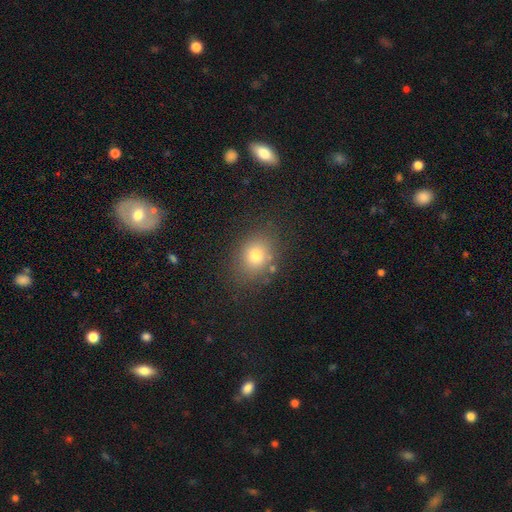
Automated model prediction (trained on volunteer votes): A smooth galaxy with no disk features (74%) that is round (54%). Merging: none (81%).